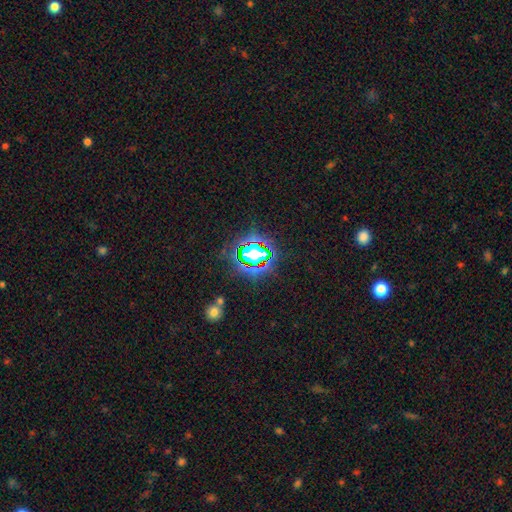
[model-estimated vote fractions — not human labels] star or artifact 80%, smooth 12%, featured or disk 7%.